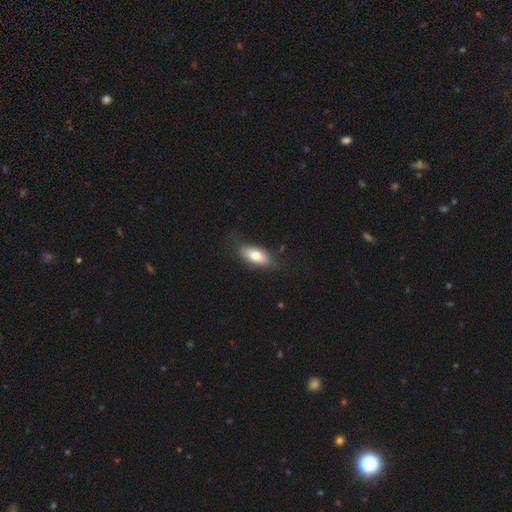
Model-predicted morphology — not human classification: A smooth galaxy with no disk features (76%) that is in between round and cigar-shaped (86%).

Vote fractions:
- Smooth or featured? smooth: 76% / featured or disk: 18% / star or artifact: 7%
- How rounded? in between: 86% / cigar-shaped: 11% / round: 3%
- Merging? none: 74% / minor disturbance: 19% / major disturbance: 5% / merger: 1%